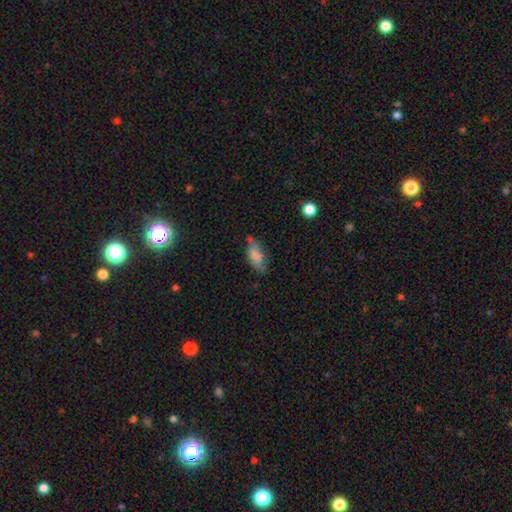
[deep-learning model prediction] The model was most divided on "merging": none: 55%, minor disturbance: 31%, major disturbance: 9%, merger: 4%. More confident: how rounded — in between (84%); smooth or featured — smooth (68%).